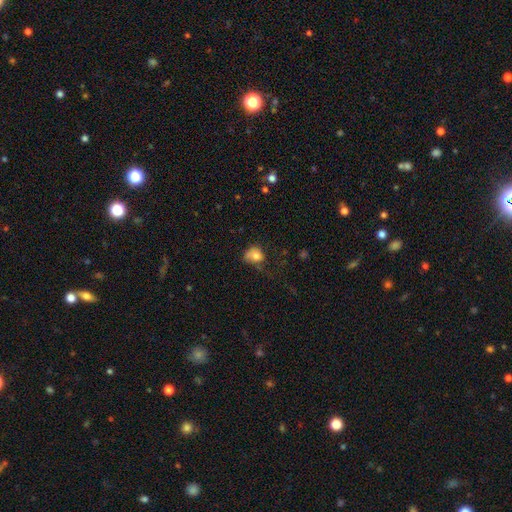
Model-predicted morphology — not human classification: type=smooth (73%); roundness=round (59%); merging=none (35%).